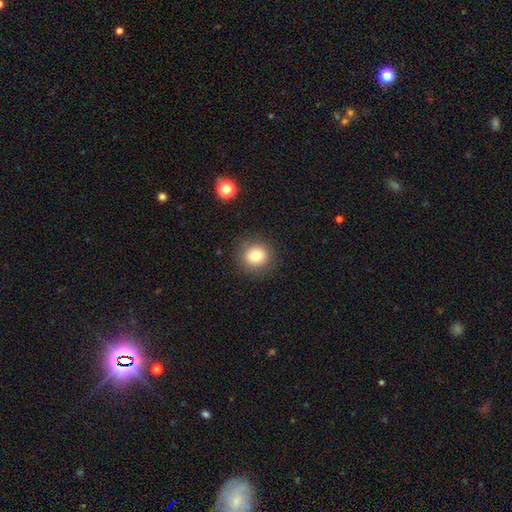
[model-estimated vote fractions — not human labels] Smooth or featured: smooth — 79% (star or artifact — 11%)
How rounded: round — 89% (in between — 10%)
Merging: none — 88% (minor disturbance — 8%)